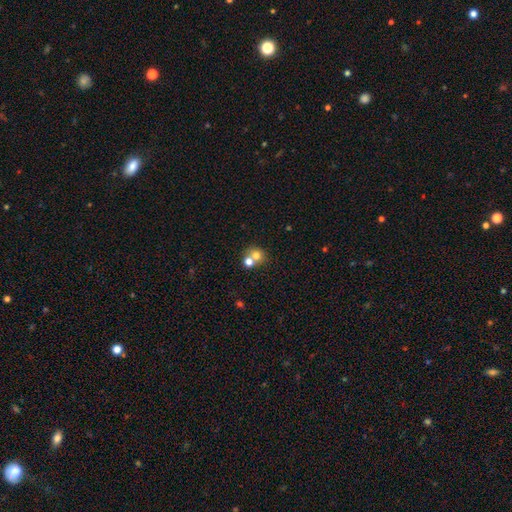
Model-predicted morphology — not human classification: smooth_or_featured: smooth (p=0.72) [alt: featured or disk p=0.15]
how_rounded: round (p=0.79) [alt: in between p=0.20]
merging: merger (p=0.50) [alt: none p=0.41]